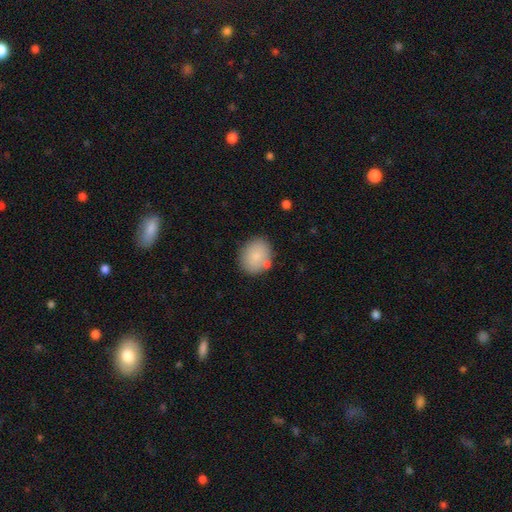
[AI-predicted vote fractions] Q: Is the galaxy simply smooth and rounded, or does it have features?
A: smooth — 83%.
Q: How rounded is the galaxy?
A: round — 69%.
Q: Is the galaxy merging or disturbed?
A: none — 75%.